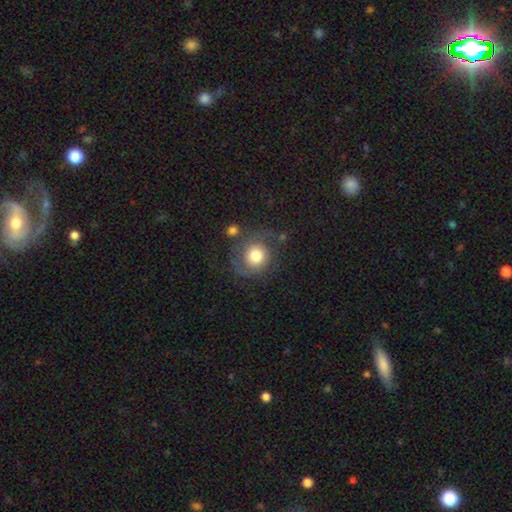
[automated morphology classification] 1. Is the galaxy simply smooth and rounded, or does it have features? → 55% smooth, 35% featured or disk, 9% star or artifact.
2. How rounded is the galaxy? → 87% round, 12% in between, 1% cigar-shaped.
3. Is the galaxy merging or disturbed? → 64% none, 18% minor disturbance, 13% major disturbance, 5% merger.